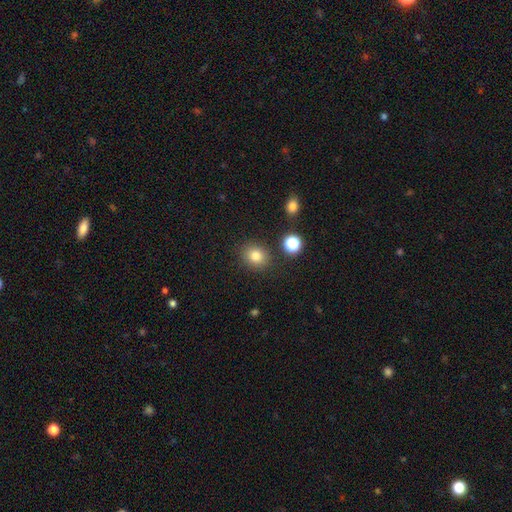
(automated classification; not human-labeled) This appears to be a smooth galaxy with no disk features (82%) that is round (69%). Merging: none (84%).